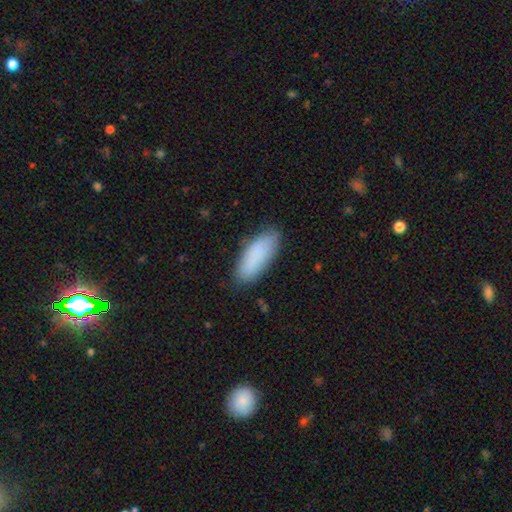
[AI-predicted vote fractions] smooth-or-featured: smooth: 87% | featured or disk: 7% | star or artifact: 6%
  how-rounded: in between: 71% | cigar-shaped: 28% | round: 2%
  merging: none: 82% | minor disturbance: 14% | major disturbance: 3% | merger: 1%